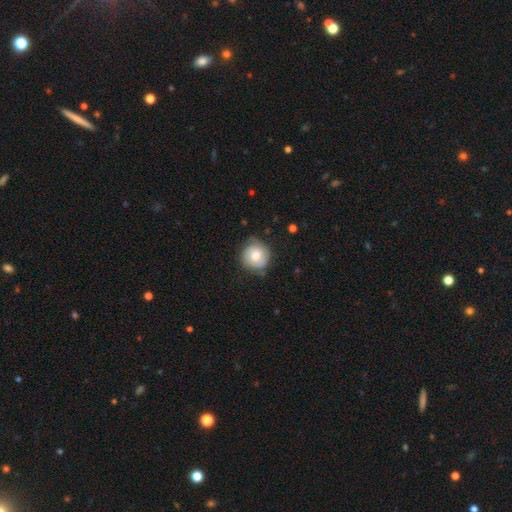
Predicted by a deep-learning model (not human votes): Smooth or featured? smooth (69%)
How rounded? round (91%)
Merging? none (73%)